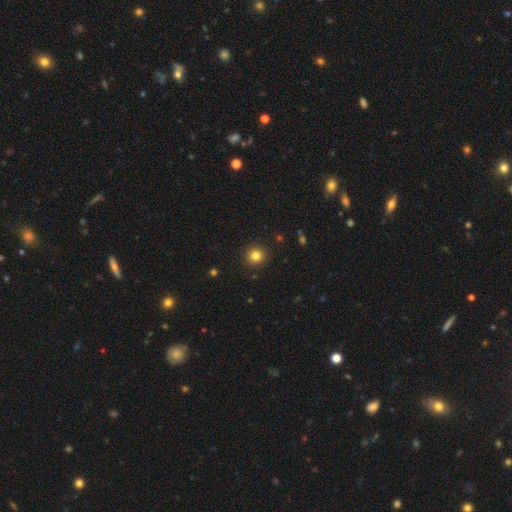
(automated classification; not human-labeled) This is clearly a smooth galaxy (82%). How rounded: clearly round (93%). Merging: clearly none (92%).